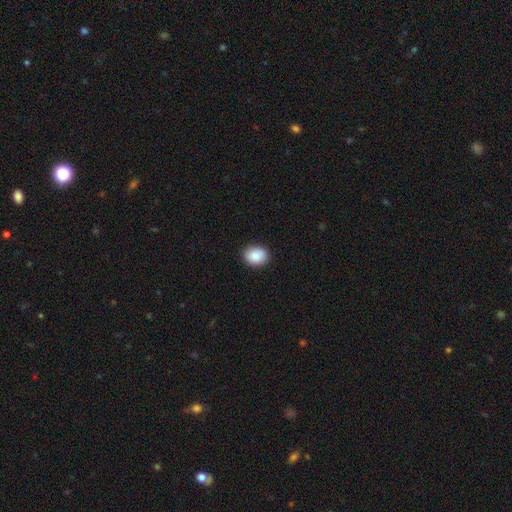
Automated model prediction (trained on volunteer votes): A smooth galaxy with no disk features (88%) that is in between round and cigar-shaped (58%).

Vote fractions:
- Smooth or featured? smooth: 88% / star or artifact: 7% / featured or disk: 5%
- How rounded? in between: 58% / round: 41% / cigar-shaped: 1%
- Merging? none: 89% / minor disturbance: 9% / major disturbance: 2% / merger: 1%